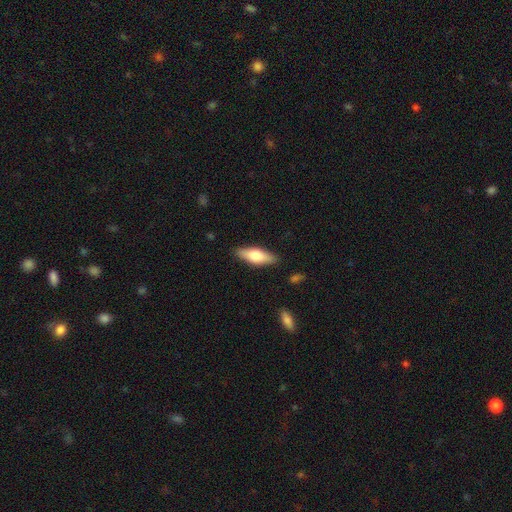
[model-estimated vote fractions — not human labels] Smooth or featured? Predicted: smooth (p=0.64). How rounded? Predicted: in between (p=0.61). Merging? Predicted: none (p=0.86).